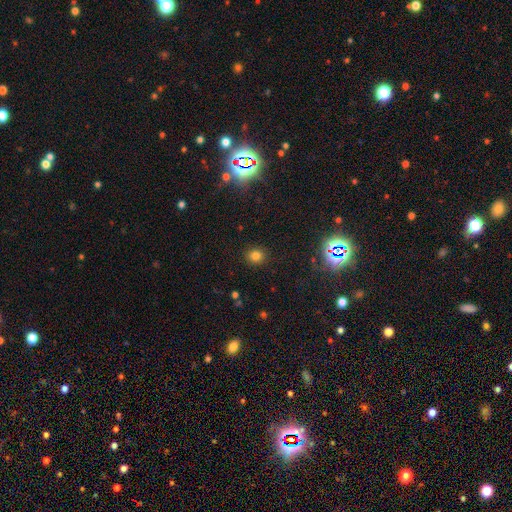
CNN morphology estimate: The model was most divided on "smooth or featured": smooth: 79%, star or artifact: 16%, featured or disk: 5%. More confident: merging — none (90%); how rounded — round (84%).